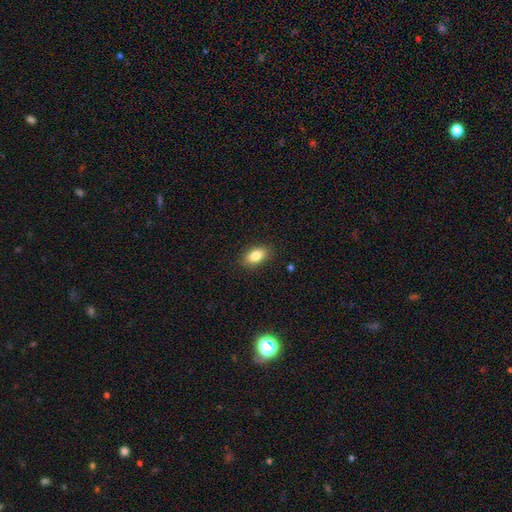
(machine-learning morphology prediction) This is clearly a smooth galaxy (83%). How rounded: clearly in between (89%). Merging: clearly none (88%).